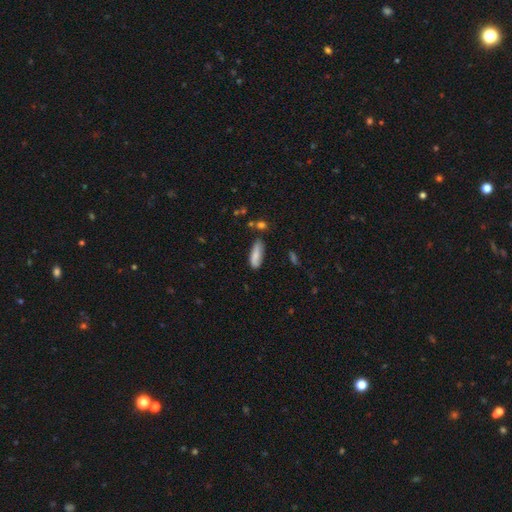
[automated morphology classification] The model was most divided on "how rounded": in between: 58%, cigar-shaped: 40%, round: 2%. More confident: smooth or featured — smooth (82%); merging — none (72%).